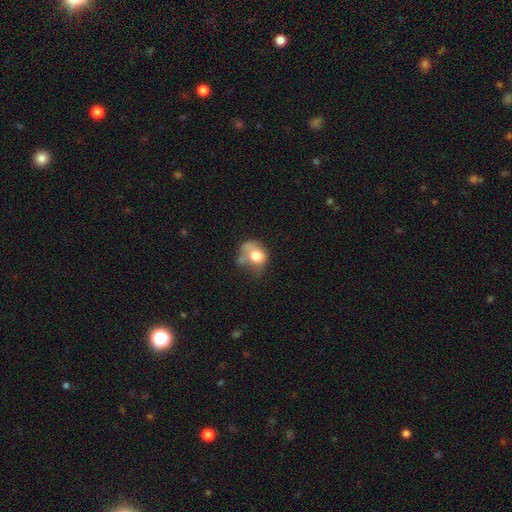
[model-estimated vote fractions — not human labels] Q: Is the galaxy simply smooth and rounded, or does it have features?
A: smooth — 68%.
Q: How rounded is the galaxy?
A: round — 50%.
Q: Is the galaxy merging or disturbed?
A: major disturbance — 30%.